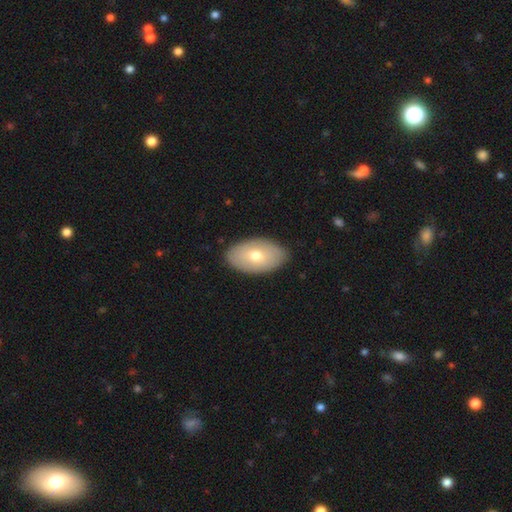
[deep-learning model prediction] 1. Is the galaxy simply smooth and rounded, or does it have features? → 64% smooth, 30% featured or disk, 6% star or artifact.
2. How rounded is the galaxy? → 93% in between, 5% round, 1% cigar-shaped.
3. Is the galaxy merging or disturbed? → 87% none, 10% minor disturbance, 2% major disturbance, 1% merger.